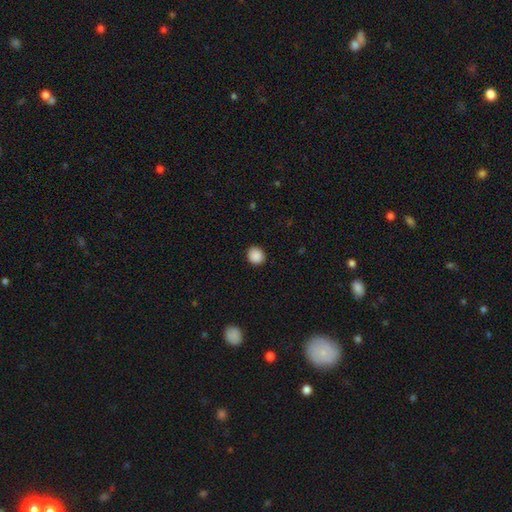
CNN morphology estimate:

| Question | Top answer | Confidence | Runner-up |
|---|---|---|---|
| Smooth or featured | smooth | 89% | star or artifact (9%) |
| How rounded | round | 84% | in between (15%) |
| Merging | none | 91% | minor disturbance (6%) |